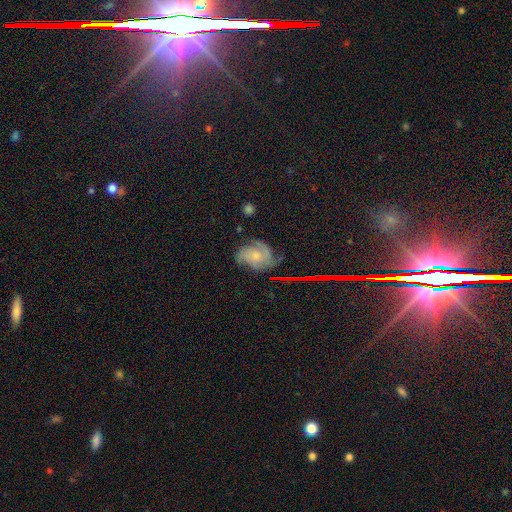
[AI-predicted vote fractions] Smooth or featured?
  - featured or disk: 71% *
  - smooth: 18%
  - star or artifact: 10%
Edge-on disk?
  - no: 97% *
  - yes: 3%
Bar?
  - no: 75% *
  - weak: 21%
  - strong: 4%
Spiral arms?
  - yes: 94% *
  - no: 6%
Spiral winding?
  - tight: 43% * (tied)
  - medium: 43% * (tied)
  - loose: 14%
Spiral arm count?
  - 3: 44% *
  - 2: 22%
  - can't tell: 16%
  - 4: 8%
  - 1: 5%
  - more than 4: 4%
Bulge size?
  - small: 49% *
  - moderate: 39%
  - none: 7%
  - large: 4%
  - dominant: 1%
Merging?
  - none: 61% *
  - minor disturbance: 24%
  - major disturbance: 12%
  - merger: 2%